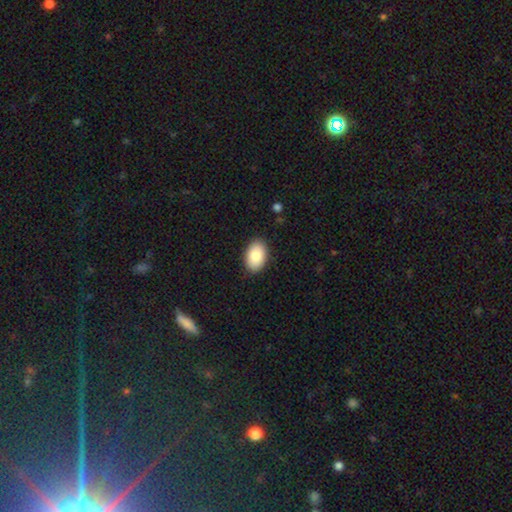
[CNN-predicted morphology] This appears to be a smooth galaxy with no disk features (86%) that is in between round and cigar-shaped (91%). Merging: none (89%).